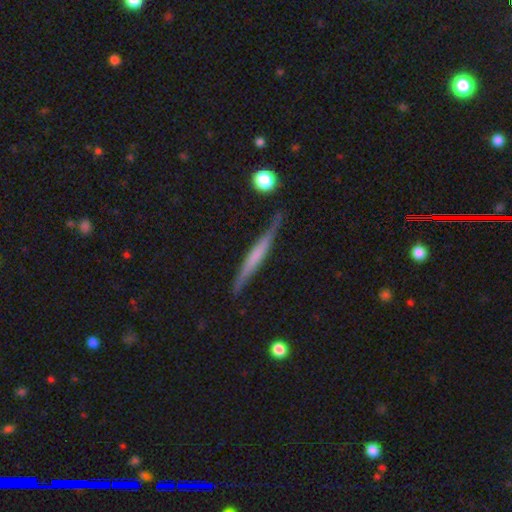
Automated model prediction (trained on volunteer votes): Morphology: type=featured or disk (55%); edge-on=yes (96%); edge-on bulge=none (61%); merging=none (82%).